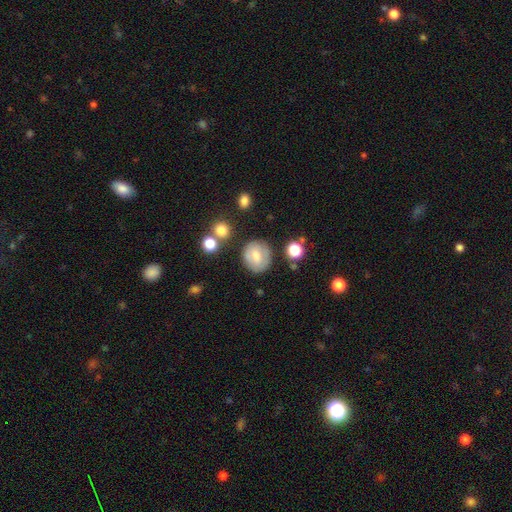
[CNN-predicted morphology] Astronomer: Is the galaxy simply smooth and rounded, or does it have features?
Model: smooth — 61%.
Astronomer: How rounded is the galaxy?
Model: round — 70%.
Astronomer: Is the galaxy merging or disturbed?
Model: none — 74%.